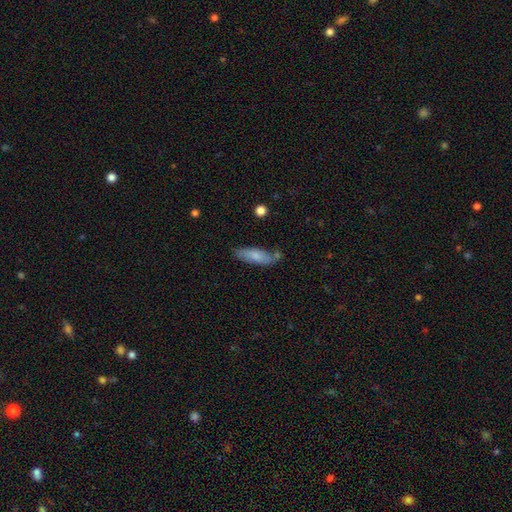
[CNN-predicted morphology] A smooth galaxy with no disk features (76%) that is in between round and cigar-shaped (55%).

Vote fractions:
- Smooth or featured? smooth: 76% / featured or disk: 18% / star or artifact: 6%
- How rounded? in between: 55% / cigar-shaped: 43% / round: 2%
- Merging? none: 67% / minor disturbance: 20% / merger: 9% / major disturbance: 4%